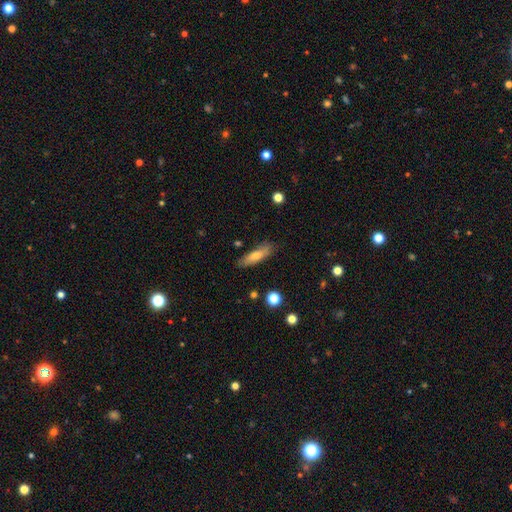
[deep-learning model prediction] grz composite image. It shows a smooth galaxy with no disk features (64%) that is cigar-shaped (60%). Merging: none (80%).